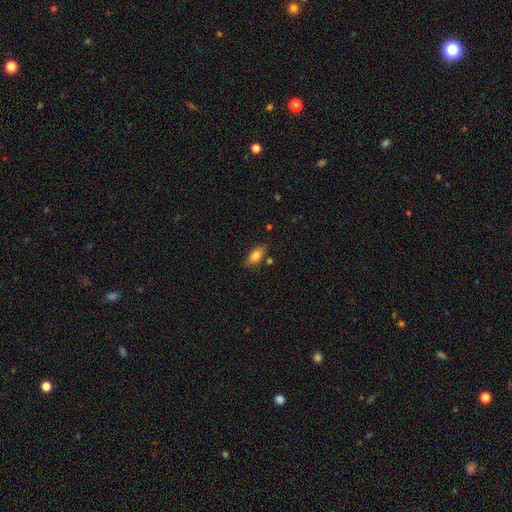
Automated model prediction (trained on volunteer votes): A smooth galaxy with no disk features (80%) that is in between round and cigar-shaped (85%). Merging: none (76%).